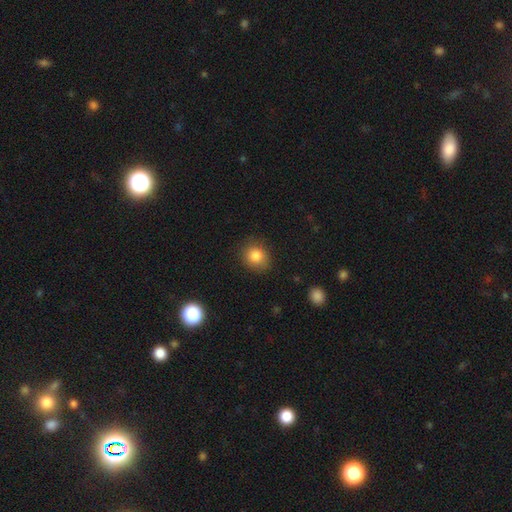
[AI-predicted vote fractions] Smooth or featured: smooth — 84% (star or artifact — 10%)
How rounded: round — 74% (in between — 25%)
Merging: none — 84% (minor disturbance — 11%)